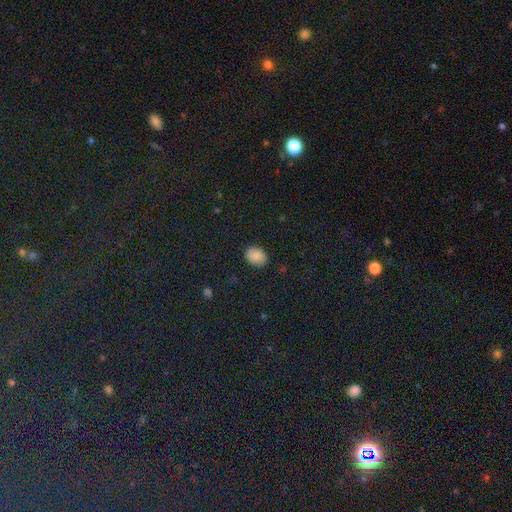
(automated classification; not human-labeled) smooth-or-featured: smooth: 88% | star or artifact: 9% | featured or disk: 4%
  how-rounded: in between: 69% | round: 31% | cigar-shaped: 1%
  merging: none: 88% | minor disturbance: 9% | major disturbance: 2% | merger: 1%